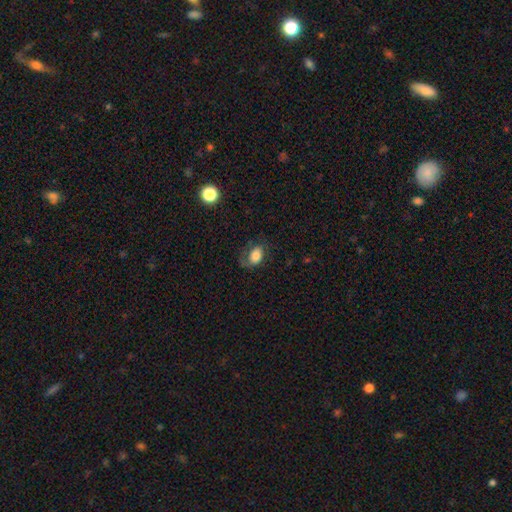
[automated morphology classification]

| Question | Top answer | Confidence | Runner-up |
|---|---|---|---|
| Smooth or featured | smooth | 68% | featured or disk (23%) |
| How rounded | in between | 81% | round (17%) |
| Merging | none | 51% | minor disturbance (26%) |